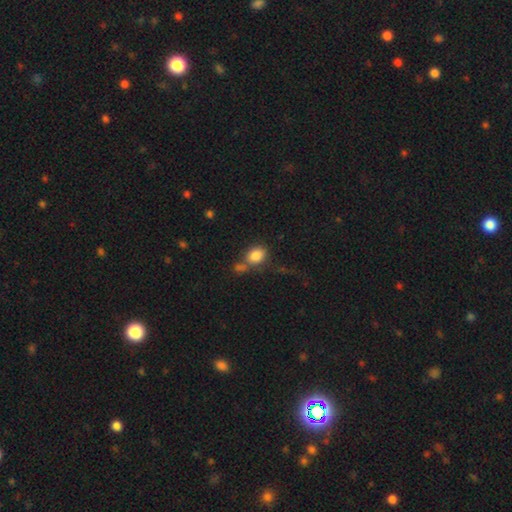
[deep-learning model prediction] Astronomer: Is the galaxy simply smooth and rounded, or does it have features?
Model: smooth — 84%.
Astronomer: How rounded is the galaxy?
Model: in between — 51% (runner-up: round, 47%).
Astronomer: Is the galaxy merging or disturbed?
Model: none — 44% (runner-up: merger, 31%).